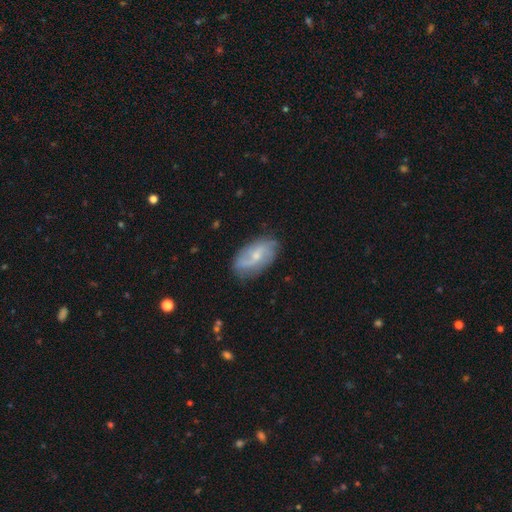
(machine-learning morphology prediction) This is likely a featured or disk galaxy (68%). It is clearly not viewed edge-on (94%). Bar: possibly weak (45%). Spiral arm pattern: clearly yes (89%). Spiral arm count: likely 2 (72%). Spiral winding: possibly loose (58%). Central bulge: possibly small (59%). Merging: likely none (75%).